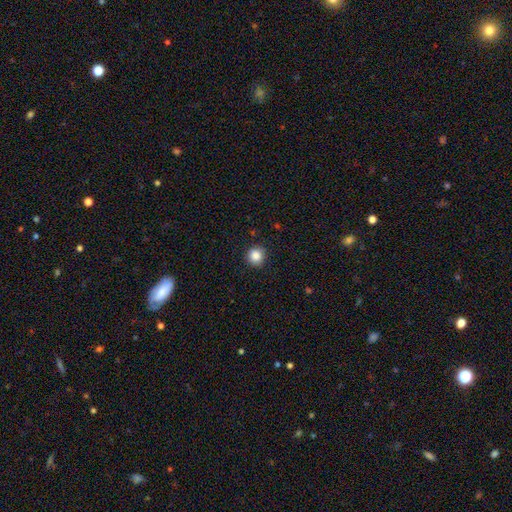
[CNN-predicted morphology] Overall: smooth (86%). How rounded: round (92%). Merging: none (90%).